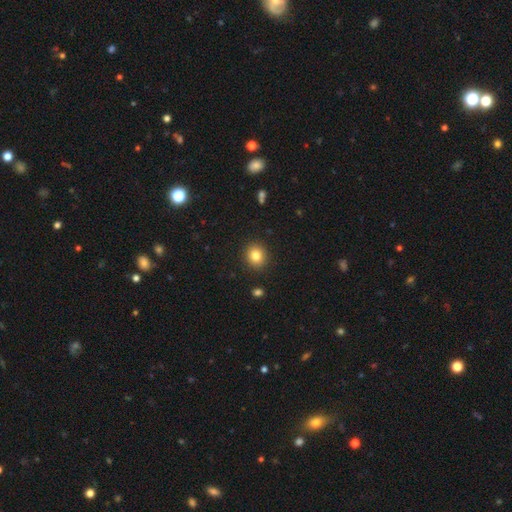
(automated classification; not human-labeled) Morphology: type=smooth (82%); roundness=round (82%); merging=none (91%).